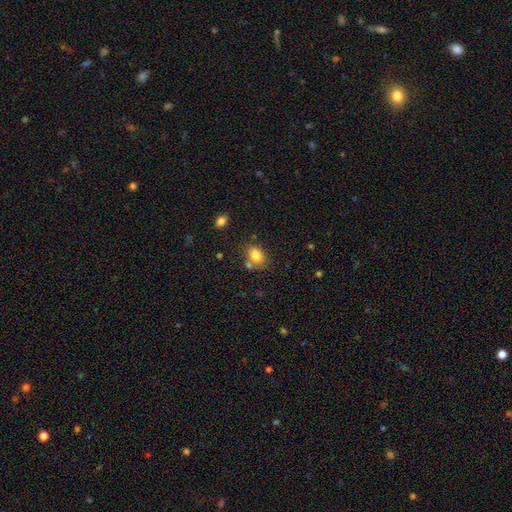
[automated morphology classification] The model was most divided on "merging": none: 61%, merger: 17%, minor disturbance: 17%, major disturbance: 5%. More confident: smooth or featured — smooth (80%); how rounded — in between (73%).